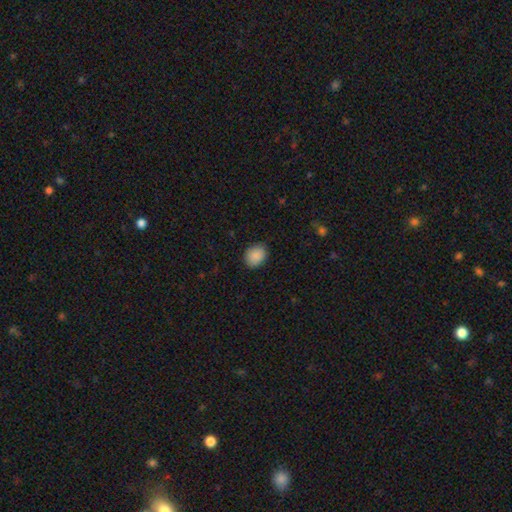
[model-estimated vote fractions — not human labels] This appears to be a smooth galaxy with no disk features (89%) that is in between round and cigar-shaped (55%). Merging: none (86%).